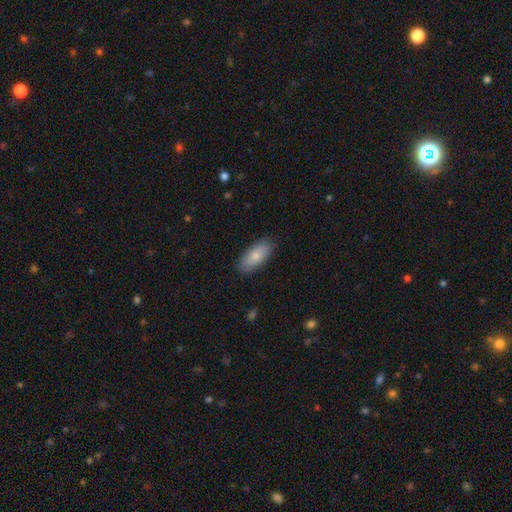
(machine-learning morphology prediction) Q: Smooth or featured?
A: smooth (82%); runner-up: featured or disk (12%)
Q: How rounded?
A: in between (88%); runner-up: cigar-shaped (10%)
Q: Merging?
A: none (86%); runner-up: minor disturbance (11%)